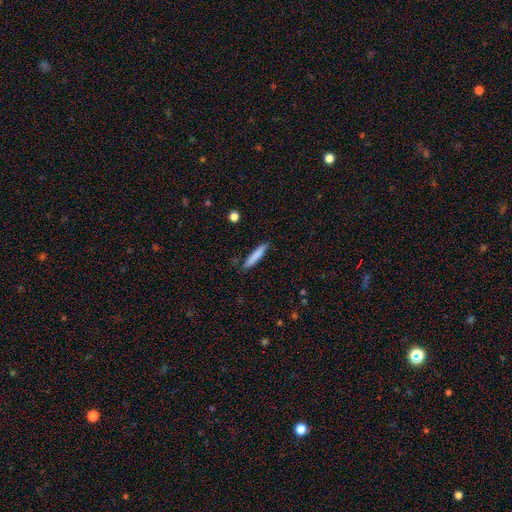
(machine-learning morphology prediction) type=smooth (81%); roundness=cigar-shaped (91%); merging=none (85%).